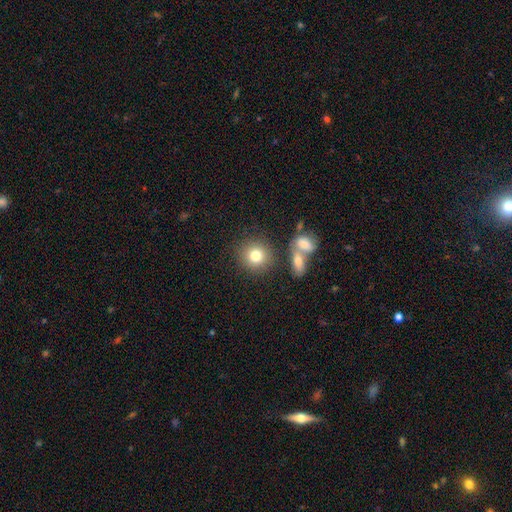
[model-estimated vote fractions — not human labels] This is likely a smooth galaxy (80%). How rounded: clearly round (85%). Merging: likely none (75%).